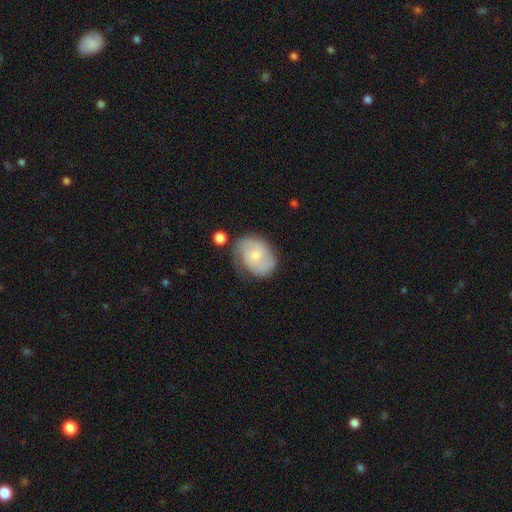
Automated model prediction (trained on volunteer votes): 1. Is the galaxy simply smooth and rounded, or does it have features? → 59% featured or disk, 35% smooth, 7% star or artifact.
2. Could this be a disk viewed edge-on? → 97% no, 3% yes.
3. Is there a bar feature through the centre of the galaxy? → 60% no, 35% weak, 6% strong.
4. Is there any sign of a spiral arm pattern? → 88% yes, 12% no.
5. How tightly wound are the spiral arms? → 44% medium, 37% tight, 19% loose.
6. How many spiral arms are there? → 68% 2, 18% can't tell, 6% 3, 5% 1, 2% 4, 2% more than 4.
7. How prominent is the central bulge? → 51% small, 38% moderate, 6% none, 4% large, 1% dominant.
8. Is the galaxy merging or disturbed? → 63% none, 23% minor disturbance, 9% major disturbance, 5% merger.